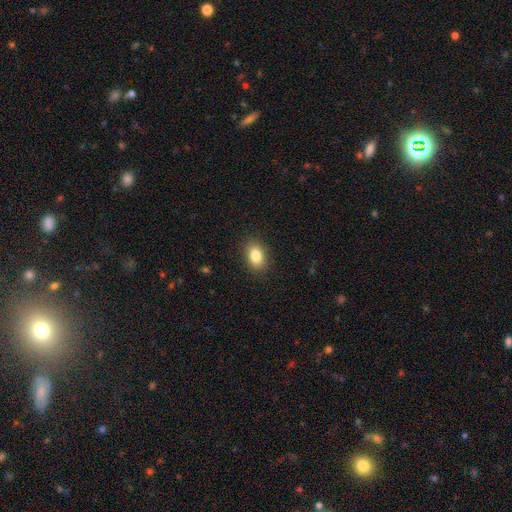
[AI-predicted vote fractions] smooth-or-featured: smooth: 84% | star or artifact: 9% | featured or disk: 7%
  how-rounded: in between: 81% | round: 18% | cigar-shaped: 1%
  merging: none: 88% | minor disturbance: 9% | major disturbance: 2% | merger: 1%